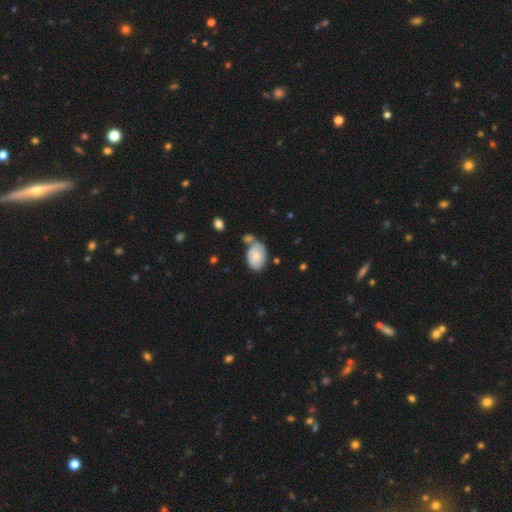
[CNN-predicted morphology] A smooth galaxy with no disk features (73%) that is in between round and cigar-shaped (87%). Merging: none (50%).